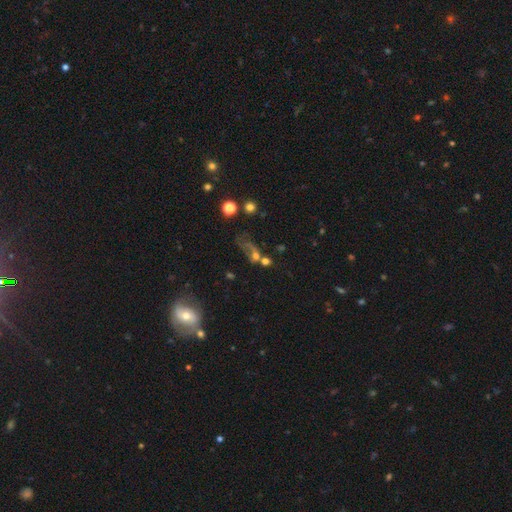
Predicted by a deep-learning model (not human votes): Smooth or featured? Predicted: smooth (p=0.48). Merging? Predicted: merger (p=0.33).